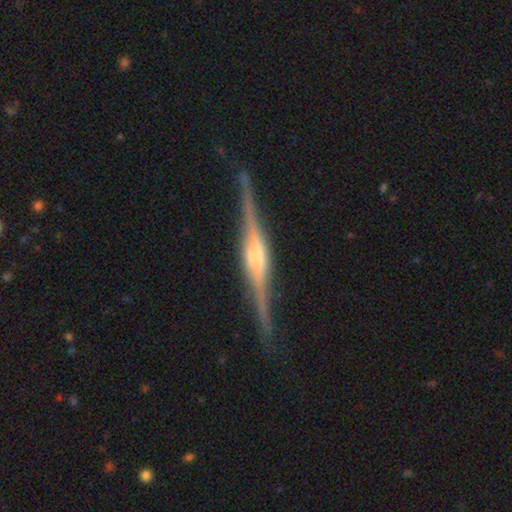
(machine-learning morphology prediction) This is clearly a featured or disk galaxy (87%). It is clearly viewed edge-on (98%). Edge-on bulge: likely rounded (63%). Merging: clearly none (87%).